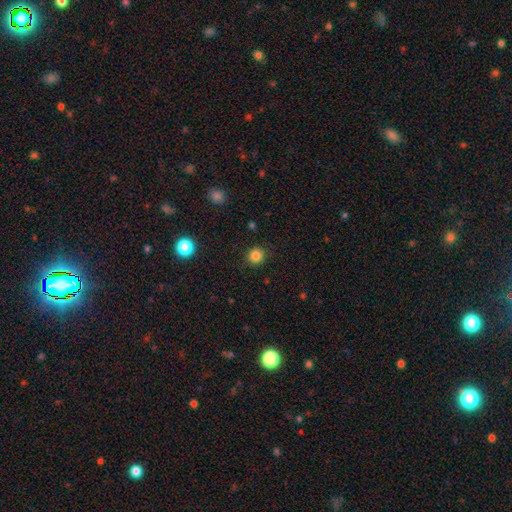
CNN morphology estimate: Smooth or featured: smooth — 84% (star or artifact — 12%)
How rounded: round — 90% (in between — 9%)
Merging: none — 89% (minor disturbance — 7%)